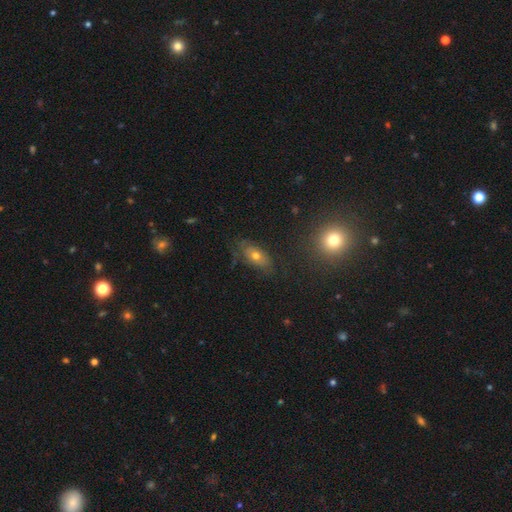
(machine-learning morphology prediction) This is possibly a smooth galaxy (53%). How rounded: clearly in between (80%). Merging: likely none (70%).